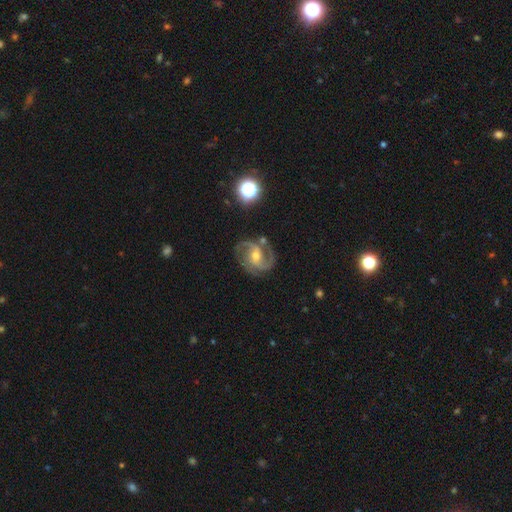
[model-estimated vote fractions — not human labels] This is clearly a featured or disk galaxy (89%). It is clearly not viewed edge-on (98%). Bar: possibly weak (45%). Spiral arm pattern: clearly yes (98%). Spiral arm count: possibly 2 (59%). Spiral winding: possibly medium (59%). Central bulge: possibly moderate (59%). Merging: likely none (73%).